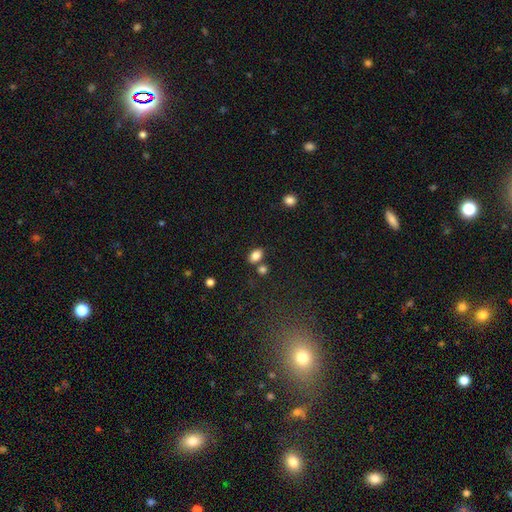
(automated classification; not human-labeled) The model was most divided on "merging": none: 69%, merger: 16%, minor disturbance: 12%, major disturbance: 3%. More confident: how rounded — in between (86%); smooth or featured — smooth (84%).